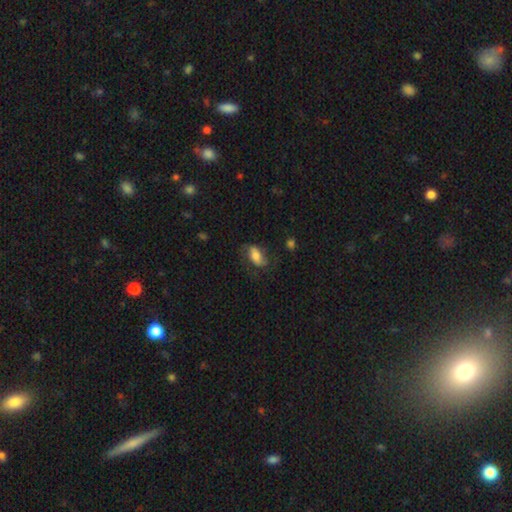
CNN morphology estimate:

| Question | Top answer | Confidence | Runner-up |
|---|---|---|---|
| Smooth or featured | smooth | 62% | featured or disk (30%) |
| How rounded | in between | 88% | round (7%) |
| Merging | none | 60% | minor disturbance (23%) |